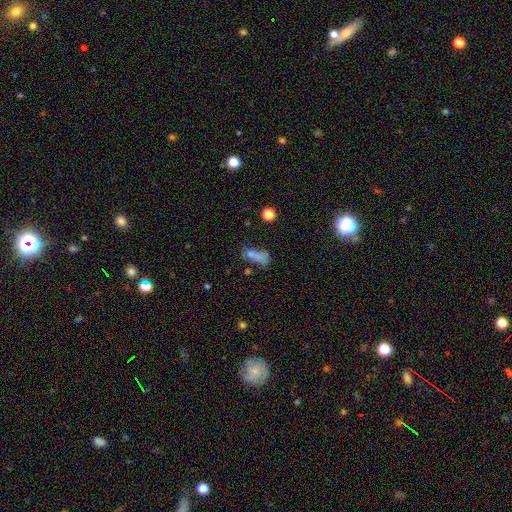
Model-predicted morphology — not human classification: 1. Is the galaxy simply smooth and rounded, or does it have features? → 69% smooth, 16% star or artifact, 15% featured or disk.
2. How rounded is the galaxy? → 61% in between, 32% cigar-shaped, 6% round.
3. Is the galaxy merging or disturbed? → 37% none, 23% minor disturbance, 22% major disturbance, 19% merger.